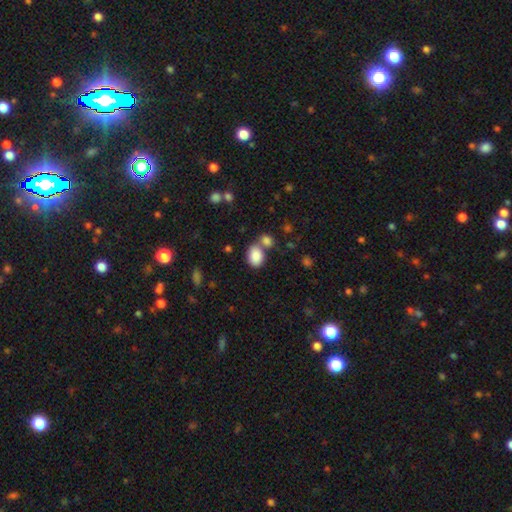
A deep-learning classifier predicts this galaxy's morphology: This appears to be a smooth galaxy with no disk features (87%) that is in between round and cigar-shaped (74%). Merging: none (51%).